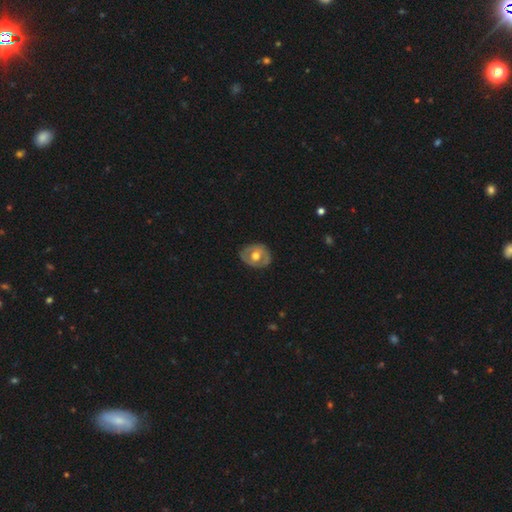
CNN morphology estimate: Q: Smooth or featured?
A: featured or disk (55%); runner-up: smooth (40%)
Q: Edge-on disk?
A: no (94%); runner-up: yes (6%)
Q: Bar?
A: no (71%); runner-up: weak (22%)
Q: Spiral arms?
A: no (69%); runner-up: yes (31%)
Q: Bulge size?
A: moderate (72%); runner-up: large (20%)
Q: Merging?
A: none (77%); runner-up: minor disturbance (17%)